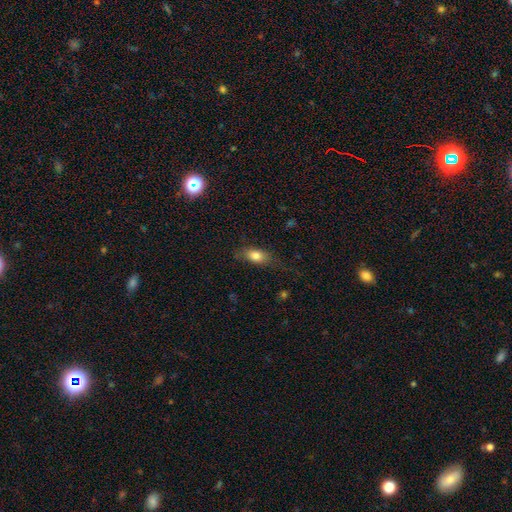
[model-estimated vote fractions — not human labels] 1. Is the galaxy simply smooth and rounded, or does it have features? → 80% smooth, 12% featured or disk, 8% star or artifact.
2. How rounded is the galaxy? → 82% in between, 10% cigar-shaped, 9% round.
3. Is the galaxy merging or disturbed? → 66% none, 23% minor disturbance, 10% major disturbance, 2% merger.